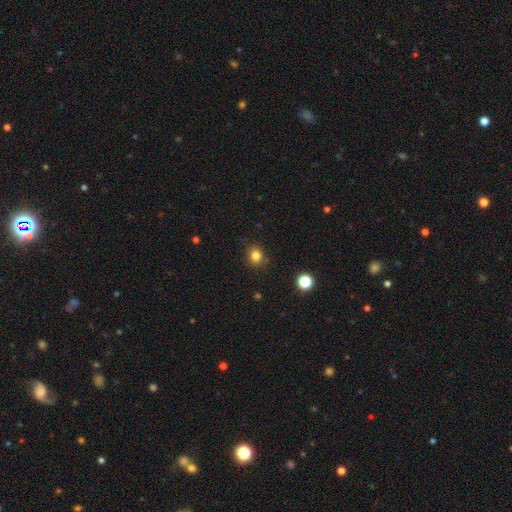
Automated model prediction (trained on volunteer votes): smooth_or_featured: smooth (p=0.82) [alt: star or artifact p=0.13]
how_rounded: round (p=0.75) [alt: in between p=0.24]
merging: none (p=0.84) [alt: minor disturbance p=0.12]